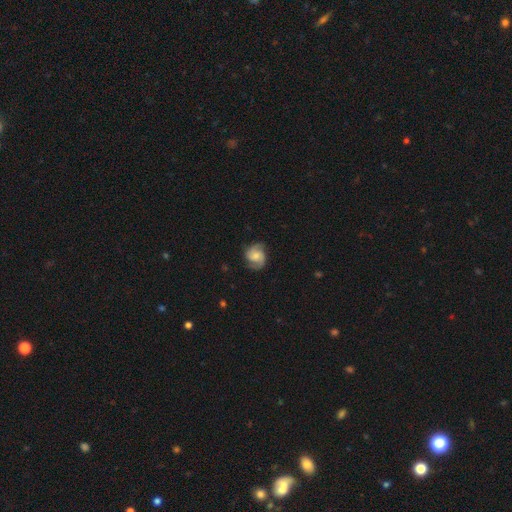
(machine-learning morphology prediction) A featured or disk galaxy (76%) with no bar (65%), 2 (79%) medium (49%) spiral arms (96%) and a small central bulge (46%).

Vote fractions:
- Smooth or featured? featured or disk: 76% / smooth: 17% / star or artifact: 7%
- Edge-on disk? no: 98% / yes: 2%
- Bar? no: 65% / weak: 29% / strong: 6%
- Spiral arms? yes: 96% / no: 4%
- Spiral winding? medium: 49% / tight: 33% / loose: 18%
- Spiral arm count? 2: 79% / 3: 10% / can't tell: 6% / 1: 2% / 4: 2% / more than 4: 2%
- Bulge size? small: 46% / moderate: 40% / none: 8% / large: 5% / dominant: 1%
- Merging? none: 76% / minor disturbance: 17% / major disturbance: 6% / merger: 1%